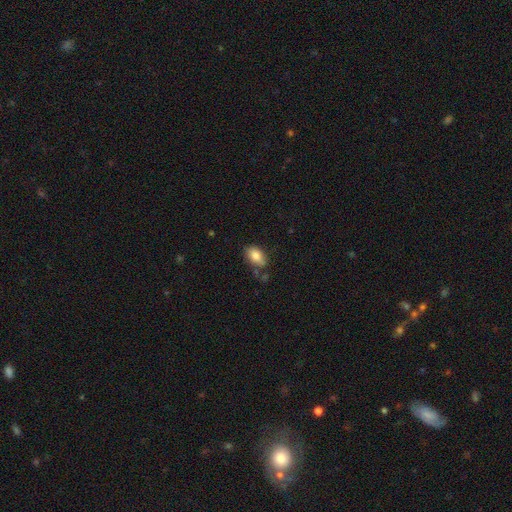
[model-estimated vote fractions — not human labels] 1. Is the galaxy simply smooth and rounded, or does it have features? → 83% smooth, 10% featured or disk, 8% star or artifact.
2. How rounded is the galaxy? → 90% in between, 9% round, 2% cigar-shaped.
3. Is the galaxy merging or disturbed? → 69% none, 21% minor disturbance, 5% merger, 5% major disturbance.